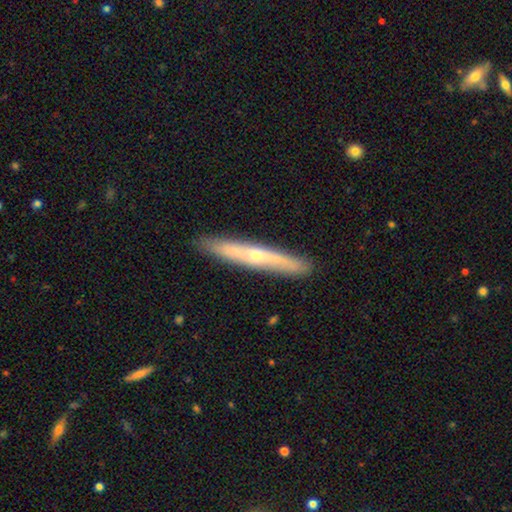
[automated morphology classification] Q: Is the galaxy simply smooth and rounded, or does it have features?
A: featured or disk — 58%.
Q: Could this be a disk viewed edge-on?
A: yes — 90%.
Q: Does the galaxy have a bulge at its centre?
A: rounded — 74%.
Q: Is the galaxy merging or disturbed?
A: none — 90%.